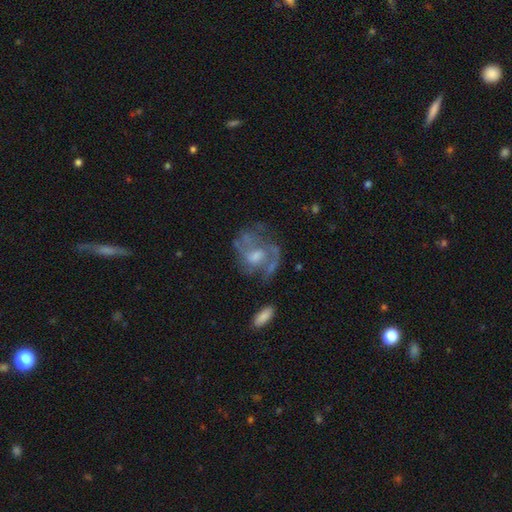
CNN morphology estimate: type=featured or disk (75%); edge-on=no (97%); bar=no (58%); spiral arms=yes (76%); winding=medium (47%); arm count=2 (48%); bulge=moderate (51%); merging=none (53%).